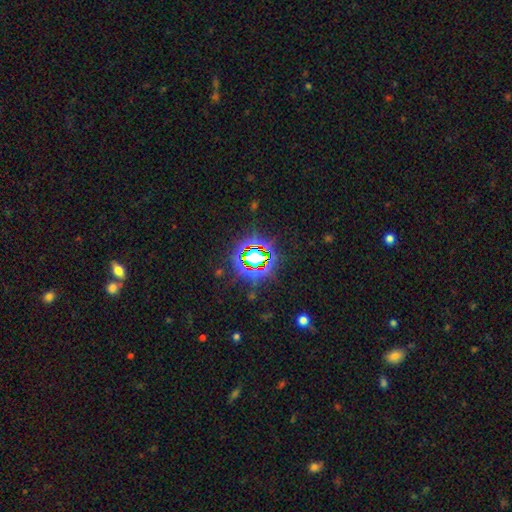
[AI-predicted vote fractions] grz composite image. It shows a star or artifact, not a galaxy (75%).